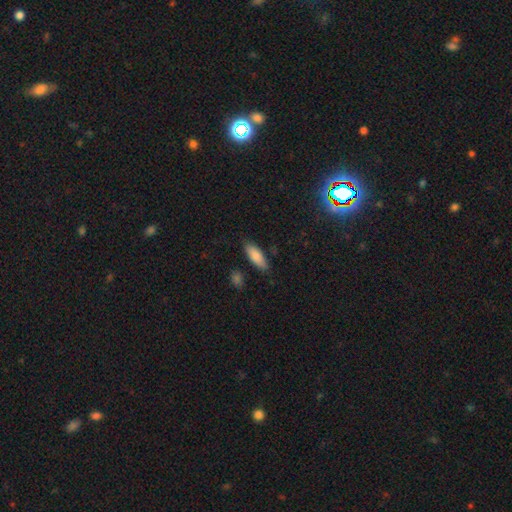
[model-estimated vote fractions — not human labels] Smooth or featured? smooth (80%)
How rounded? in between (68%)
Merging? none (82%)